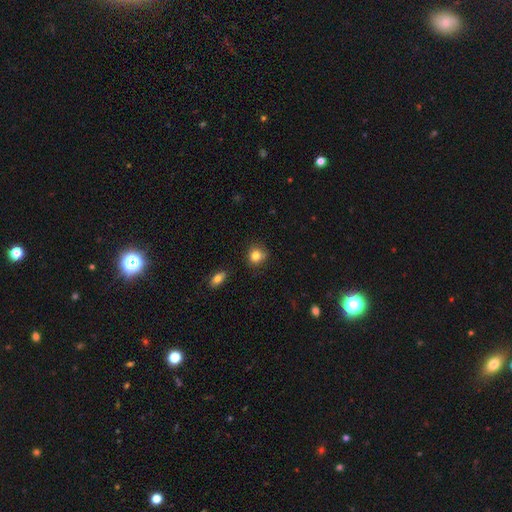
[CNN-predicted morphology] This appears to be a smooth galaxy with no disk features (82%) that is round (84%). Merging: none (82%).